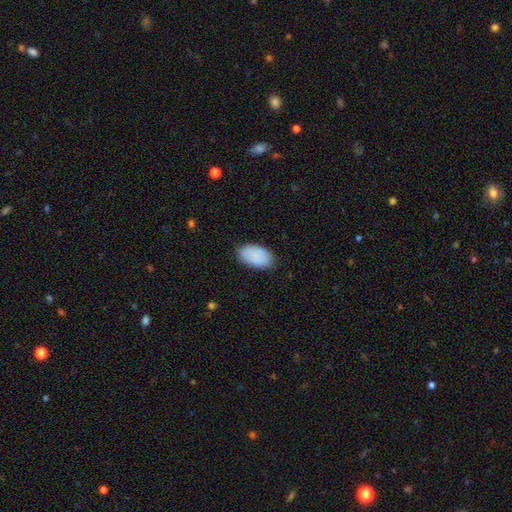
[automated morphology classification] This is clearly a smooth galaxy (88%). How rounded: clearly in between (95%). Merging: clearly none (84%).